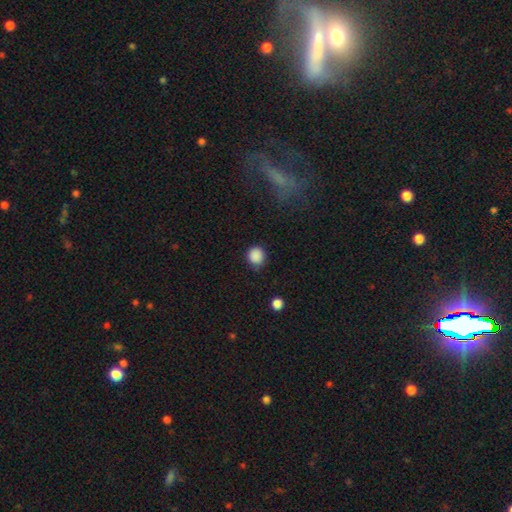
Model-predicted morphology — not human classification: Smooth or featured? Predicted: smooth (p=0.87). How rounded? Predicted: round (p=0.82). Merging? Predicted: none (p=0.77).